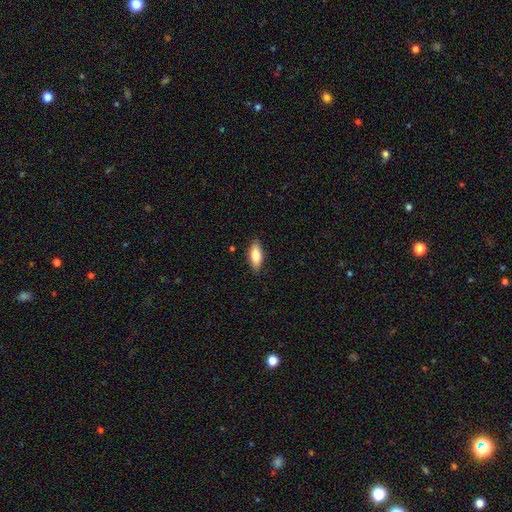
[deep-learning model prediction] Smooth or featured?
  - smooth: 78% *
  - featured or disk: 15%
  - star or artifact: 6%
How rounded?
  - in between: 78% *
  - cigar-shaped: 19%
  - round: 2%
Merging?
  - none: 86% *
  - minor disturbance: 11%
  - major disturbance: 2%
  - merger: 1%